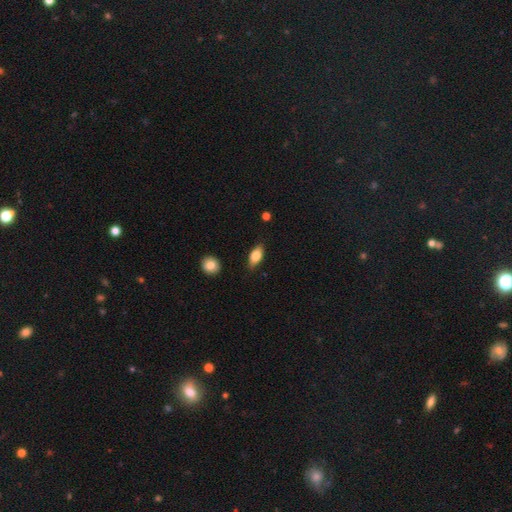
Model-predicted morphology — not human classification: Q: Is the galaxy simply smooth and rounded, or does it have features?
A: smooth — 79%.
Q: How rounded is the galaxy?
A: in between — 86%.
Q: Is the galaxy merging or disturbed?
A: none — 82%.